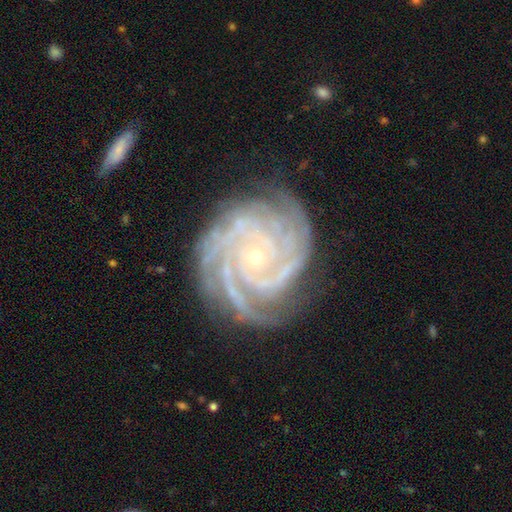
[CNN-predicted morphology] featured or disk 92%, star or artifact 5%, smooth 3%. Down the decision tree: edge-on disk — no (98%); bar — no (76%); spiral arms — yes (99%); spiral arm count — 4 (32%); spiral winding — tight (81%); bulge size — small (85%); merging — none (76%).